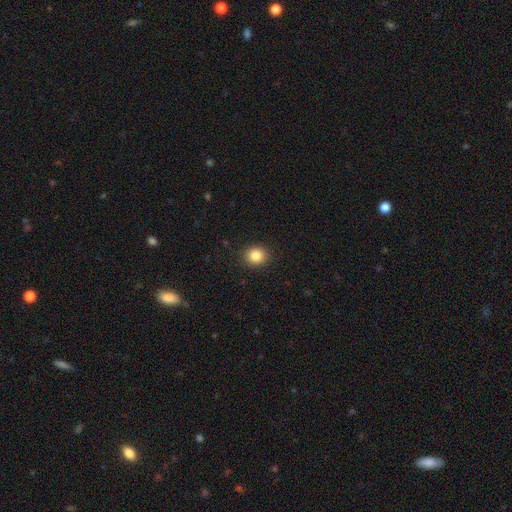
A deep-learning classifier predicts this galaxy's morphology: A smooth galaxy with no disk features (85%) that is round (81%).

Vote fractions:
- Smooth or featured? smooth: 85% / star or artifact: 10% / featured or disk: 5%
- How rounded? round: 81% / in between: 18% / cigar-shaped: 1%
- Merging? none: 90% / minor disturbance: 7% / major disturbance: 2% / merger: 1%